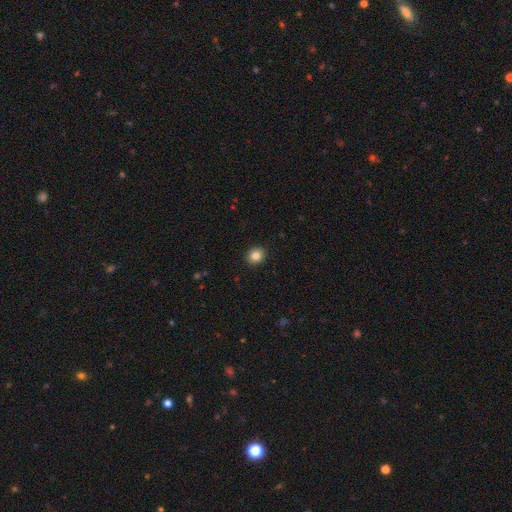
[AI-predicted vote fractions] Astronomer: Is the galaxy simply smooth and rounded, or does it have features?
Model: smooth — 84%.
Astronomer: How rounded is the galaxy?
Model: round — 82%.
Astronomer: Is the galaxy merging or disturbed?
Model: none — 92%.